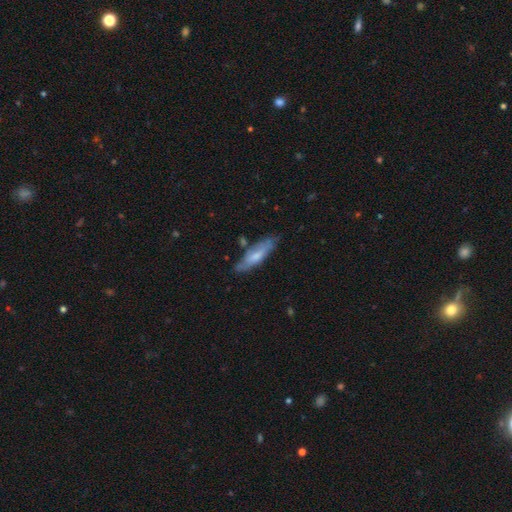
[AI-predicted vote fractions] Smooth or featured? smooth (56%)
How rounded? cigar-shaped (67%)
Merging? none (70%)